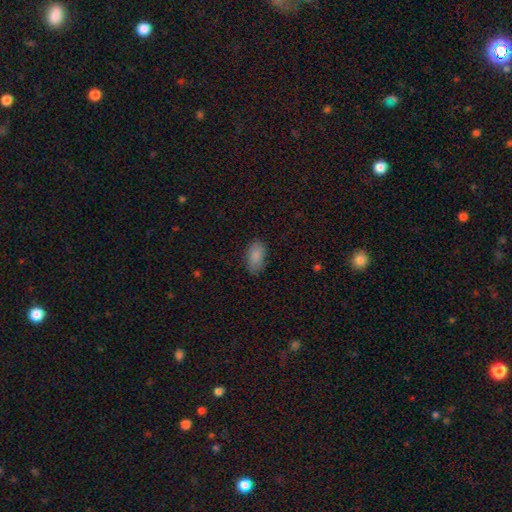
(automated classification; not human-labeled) Smooth or featured? smooth (87%)
How rounded? in between (93%)
Merging? none (83%)